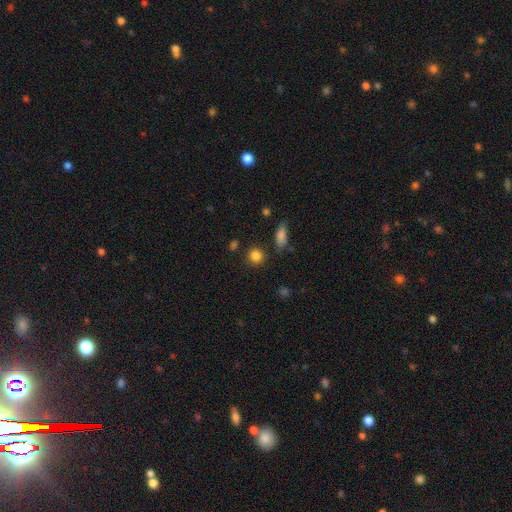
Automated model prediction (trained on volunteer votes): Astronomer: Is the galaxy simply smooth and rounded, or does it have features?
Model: smooth — 84%.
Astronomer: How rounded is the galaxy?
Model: round — 85%.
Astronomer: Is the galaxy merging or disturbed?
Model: none — 84%.